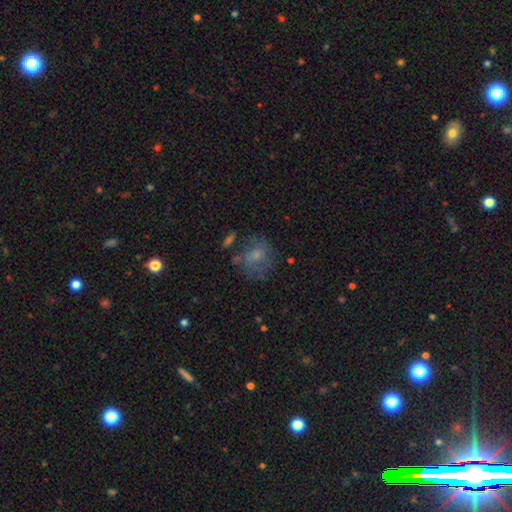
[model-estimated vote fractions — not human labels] The model was most divided on "smooth or featured": smooth: 53%, featured or disk: 35%, star or artifact: 12%. More confident: how rounded — round (66%); merging — none (53%).